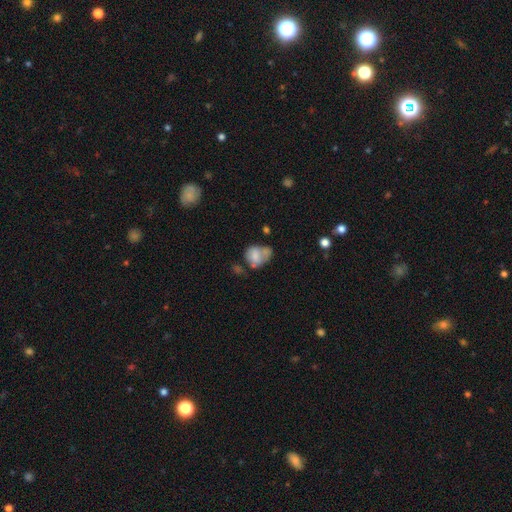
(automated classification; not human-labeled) Q: Smooth or featured?
A: smooth (68%); runner-up: featured or disk (23%)
Q: How rounded?
A: in between (53%); runner-up: round (46%)
Q: Merging?
A: merger (31%); runner-up: none (28%)